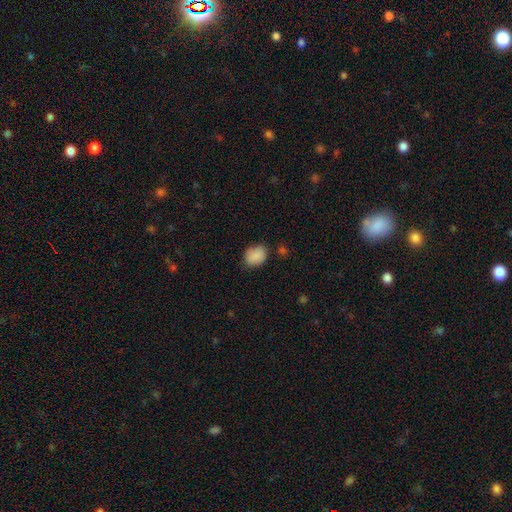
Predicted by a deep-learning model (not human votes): smooth_or_featured: smooth (p=0.88) [alt: star or artifact p=0.08]
how_rounded: in between (p=0.58) [alt: round p=0.41]
merging: none (p=0.76) [alt: minor disturbance p=0.18]